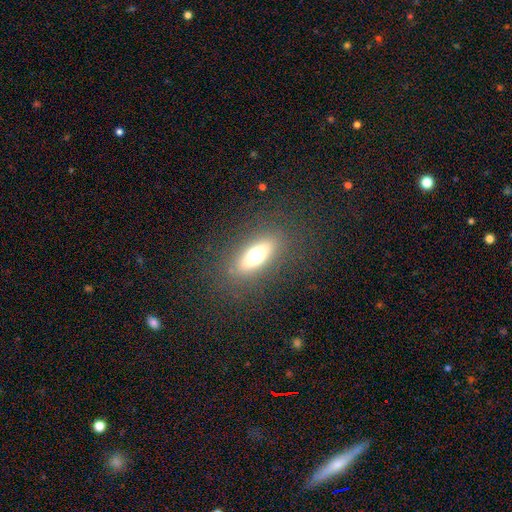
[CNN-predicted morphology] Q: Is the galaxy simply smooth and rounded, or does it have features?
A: smooth — 54%.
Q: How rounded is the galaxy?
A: in between — 63%.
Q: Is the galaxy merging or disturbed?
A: none — 85%.